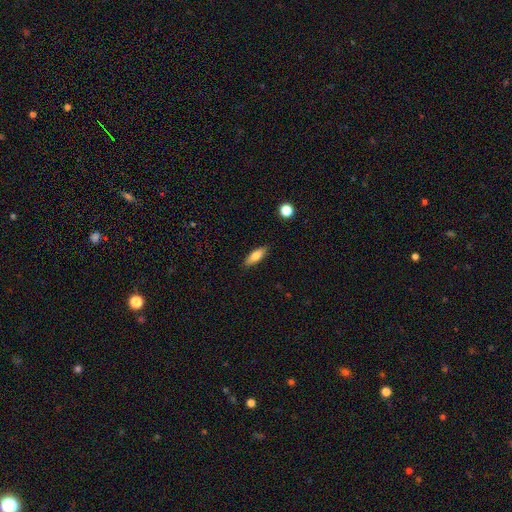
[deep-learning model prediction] smooth 77%, featured or disk 16%, star or artifact 7%. Down the decision tree: how rounded — in between (61%); merging — none (88%).